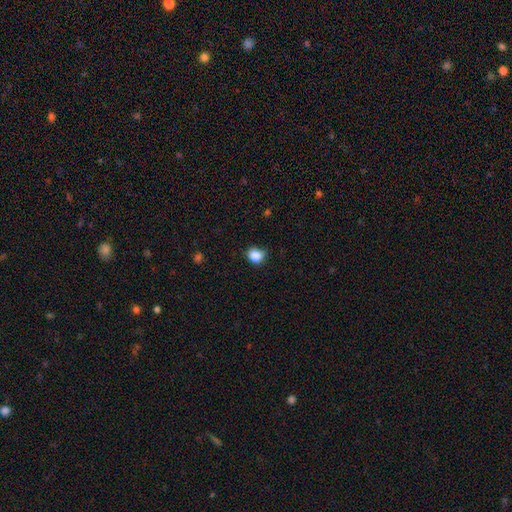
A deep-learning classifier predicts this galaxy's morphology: Q: Smooth or featured?
A: smooth (85%); runner-up: star or artifact (10%)
Q: How rounded?
A: round (72%); runner-up: in between (27%)
Q: Merging?
A: none (67%); runner-up: minor disturbance (26%)